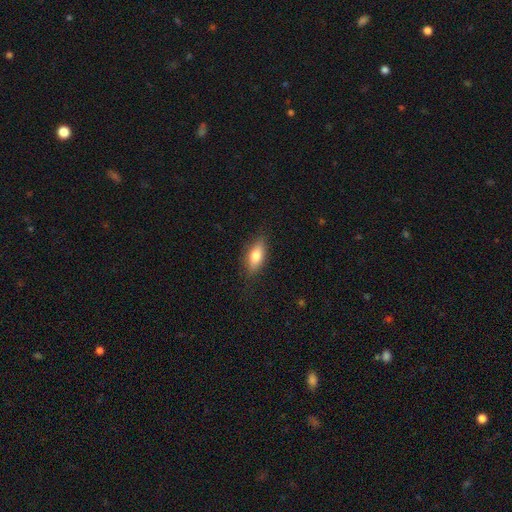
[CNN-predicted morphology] Smooth or featured?
  - smooth: 74% *
  - featured or disk: 19%
  - star or artifact: 7%
How rounded?
  - in between: 77% *
  - cigar-shaped: 19%
  - round: 4%
Merging?
  - none: 81% *
  - minor disturbance: 14%
  - major disturbance: 3%
  - merger: 1%